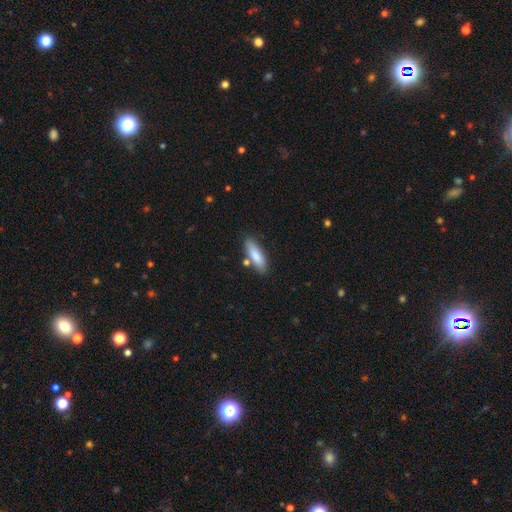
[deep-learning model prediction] A smooth galaxy with no disk features (83%) that is cigar-shaped (50%). Merging: none (78%).